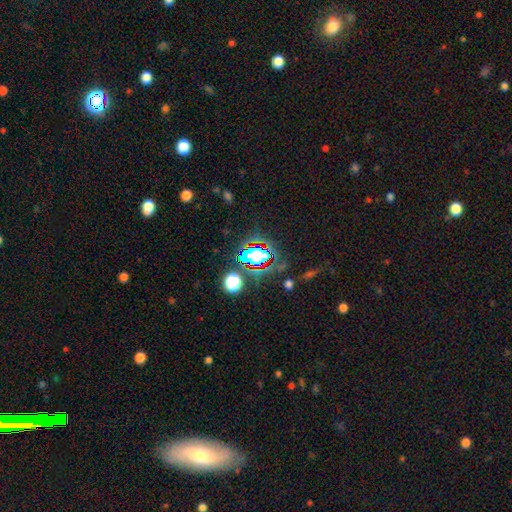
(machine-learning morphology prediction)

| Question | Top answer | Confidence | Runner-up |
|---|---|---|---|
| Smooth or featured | star or artifact | 59% | smooth (27%) |